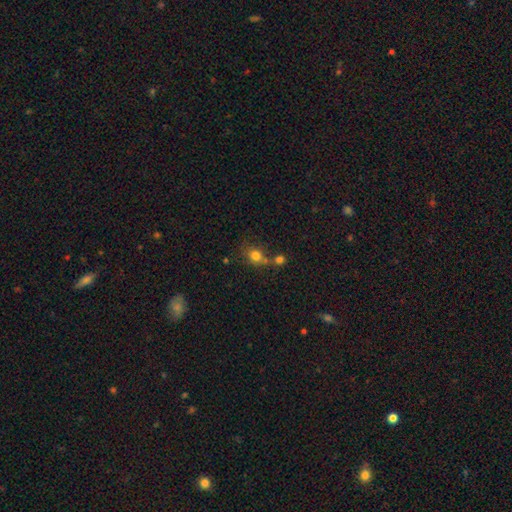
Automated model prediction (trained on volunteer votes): Smooth or featured: smooth — 77% (star or artifact — 13%)
How rounded: round — 76% (in between — 23%)
Merging: none — 43% (merger — 37%)